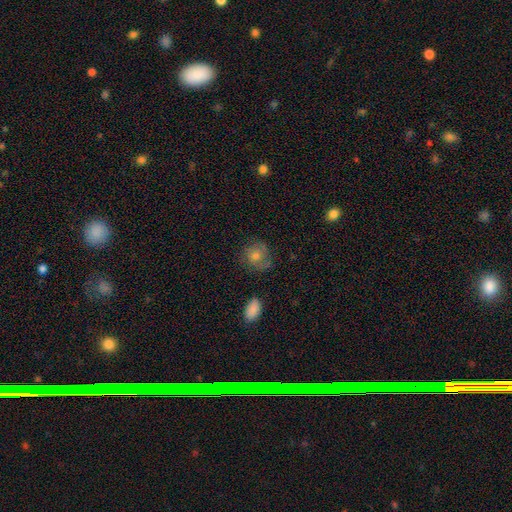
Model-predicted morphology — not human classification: Smooth or featured? Predicted: smooth (p=0.49). Merging? Predicted: none (p=0.72).